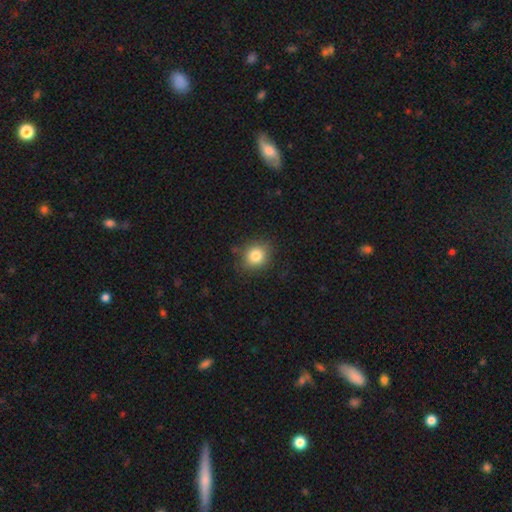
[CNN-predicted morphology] smooth-or-featured: smooth: 83% | star or artifact: 10% | featured or disk: 7%
  how-rounded: round: 75% | in between: 24% | cigar-shaped: 1%
  merging: none: 82% | minor disturbance: 13% | major disturbance: 3% | merger: 1%